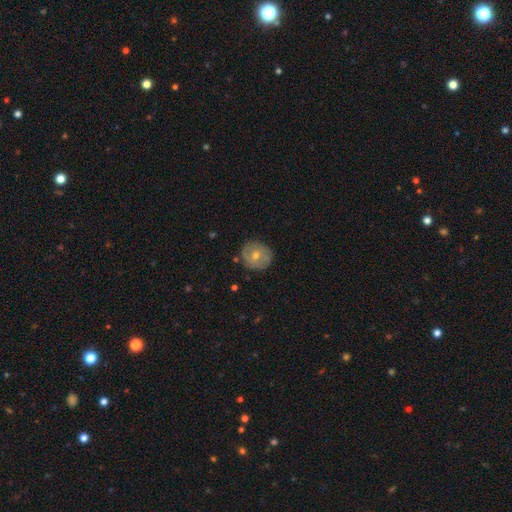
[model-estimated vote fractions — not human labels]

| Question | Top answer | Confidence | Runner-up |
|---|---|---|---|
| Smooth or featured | featured or disk | 51% | smooth (40%) |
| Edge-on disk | no | 96% | yes (4%) |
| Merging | none | 82% | minor disturbance (13%) |